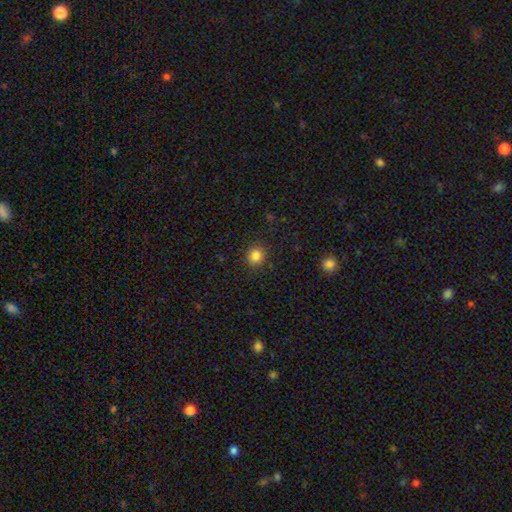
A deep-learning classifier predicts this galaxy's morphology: Q: Smooth or featured?
A: smooth (84%); runner-up: star or artifact (12%)
Q: How rounded?
A: round (84%); runner-up: in between (15%)
Q: Merging?
A: none (90%); runner-up: minor disturbance (7%)